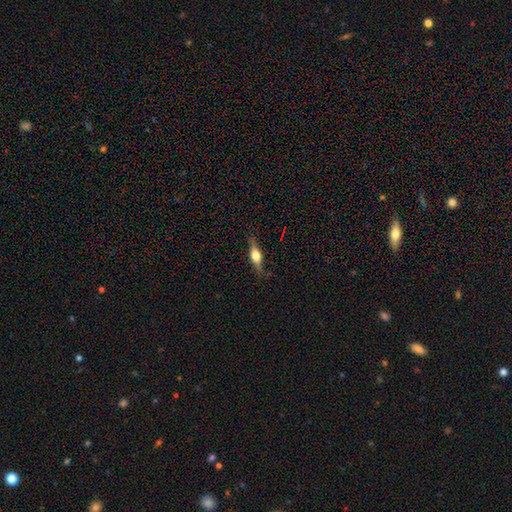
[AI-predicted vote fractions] Smooth or featured?
  - featured or disk: 51% *
  - smooth: 42%
  - star or artifact: 8%
Edge-on disk?
  - yes: 93% *
  - no: 7%
Merging?
  - none: 80% *
  - minor disturbance: 15%
  - major disturbance: 4%
  - merger: 1%